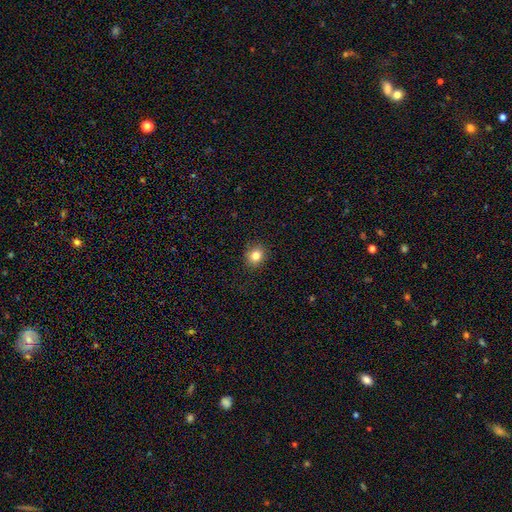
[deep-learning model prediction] Smooth or featured? Predicted: smooth (p=0.83). How rounded? Predicted: round (p=0.76). Merging? Predicted: none (p=0.88).